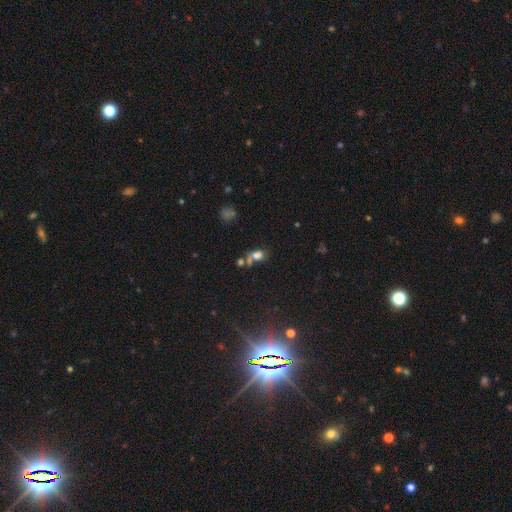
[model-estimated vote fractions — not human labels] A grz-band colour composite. It shows a smooth galaxy with no disk features (67%) that is in between round and cigar-shaped (61%). Merging: merger (40%).